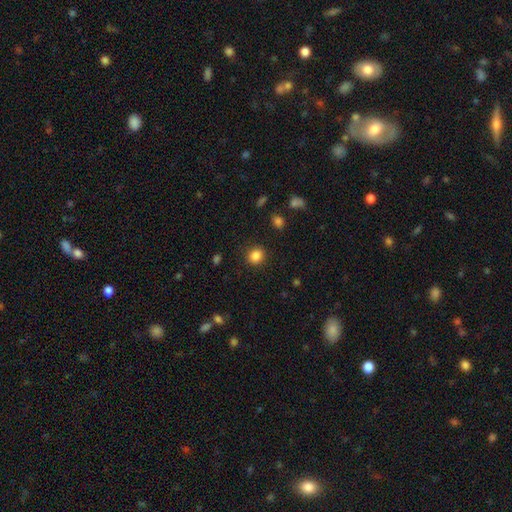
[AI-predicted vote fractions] Q: Smooth or featured?
A: smooth (86%); runner-up: star or artifact (10%)
Q: How rounded?
A: round (76%); runner-up: in between (23%)
Q: Merging?
A: none (89%); runner-up: minor disturbance (7%)